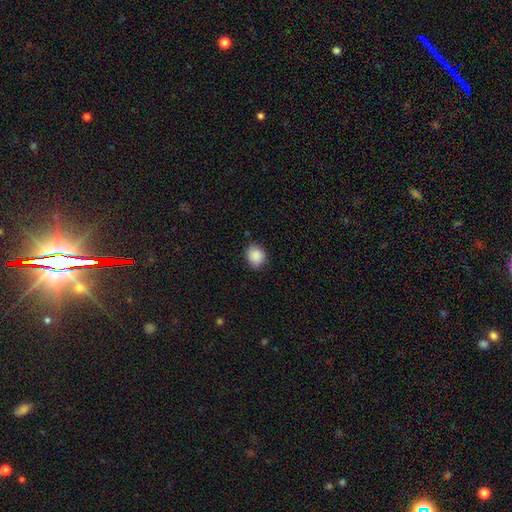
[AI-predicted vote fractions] This is clearly a smooth galaxy (89%). How rounded: likely round (67%). Merging: likely none (79%).